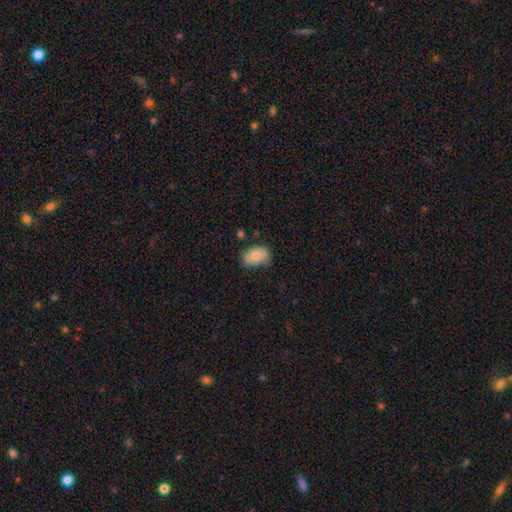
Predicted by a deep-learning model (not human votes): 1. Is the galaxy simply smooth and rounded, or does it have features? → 79% smooth, 13% featured or disk, 7% star or artifact.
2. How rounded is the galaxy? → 86% in between, 13% round, 1% cigar-shaped.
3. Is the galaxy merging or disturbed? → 65% none, 26% minor disturbance, 5% major disturbance, 3% merger.